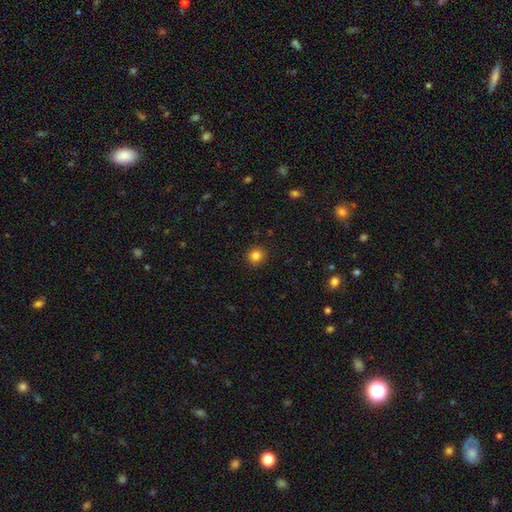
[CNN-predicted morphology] Q: Smooth or featured?
A: smooth (84%); runner-up: star or artifact (12%)
Q: How rounded?
A: round (90%); runner-up: in between (9%)
Q: Merging?
A: none (91%); runner-up: minor disturbance (6%)